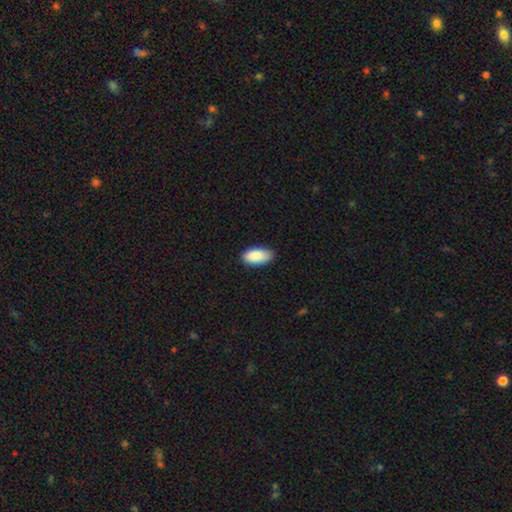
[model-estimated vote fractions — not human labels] The model was most divided on "merging": none: 84%, minor disturbance: 13%, major disturbance: 2%, merger: 1%. More confident: how rounded — in between (94%); smooth or featured — smooth (90%).